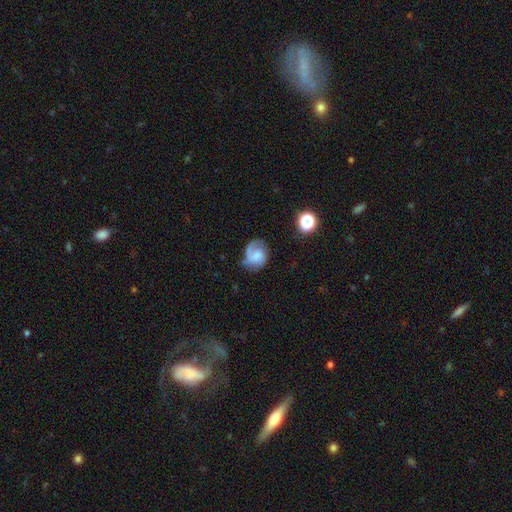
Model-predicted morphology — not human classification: The model was most divided on "bulge size": moderate: 39%, small: 35%, none: 17%, large: 8%, dominant: 2%. Remaining: edge-on disk — no (97%); spiral arms — yes (88%); smooth or featured — featured or disk (61%); bar — no (56%); merging — none (52%); spiral arm count — 1 (47%); spiral winding — medium (42%).